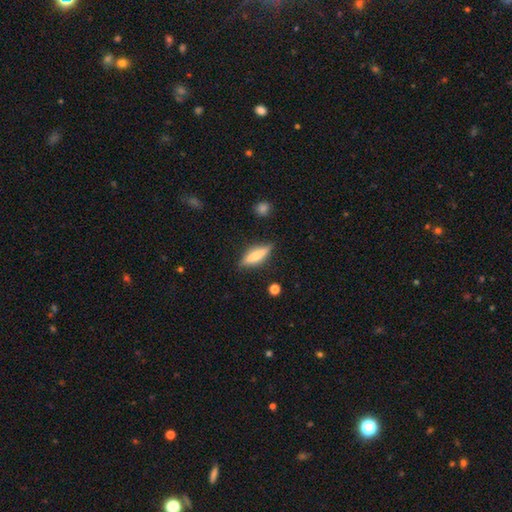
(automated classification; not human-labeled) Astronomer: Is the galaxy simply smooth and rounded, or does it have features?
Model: smooth — 54% (runner-up: featured or disk, 39%).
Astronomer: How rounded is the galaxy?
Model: cigar-shaped — 69%.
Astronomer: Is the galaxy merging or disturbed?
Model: none — 84%.